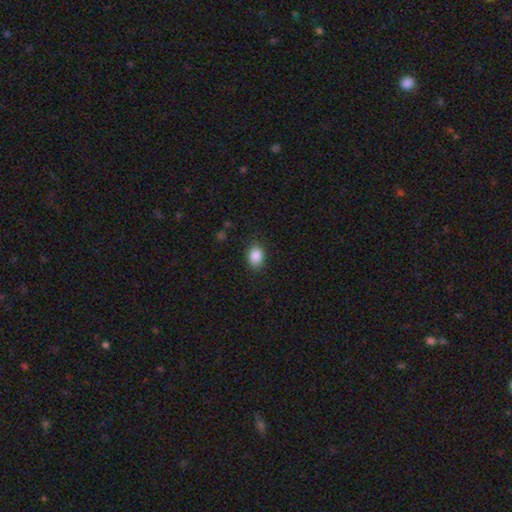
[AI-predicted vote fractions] A smooth galaxy with no disk features (87%) that is in between round and cigar-shaped (68%).

Vote fractions:
- Smooth or featured? smooth: 87% / star or artifact: 8% / featured or disk: 4%
- How rounded? in between: 68% / round: 31% / cigar-shaped: 1%
- Merging? none: 85% / minor disturbance: 11% / major disturbance: 3% / merger: 1%